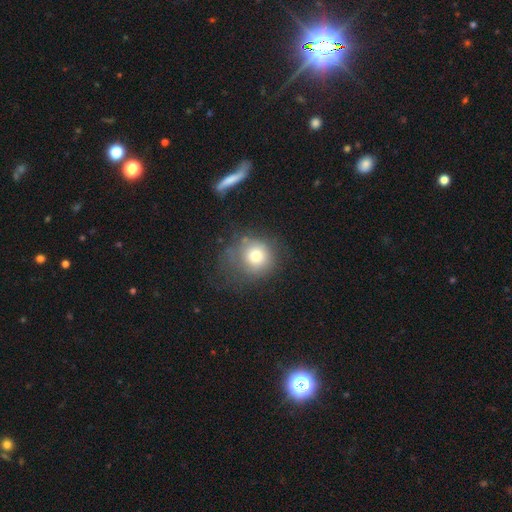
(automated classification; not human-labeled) Smooth or featured: smooth — 73% (featured or disk — 16%)
How rounded: round — 85% (in between — 14%)
Merging: none — 54% (minor disturbance — 23%)